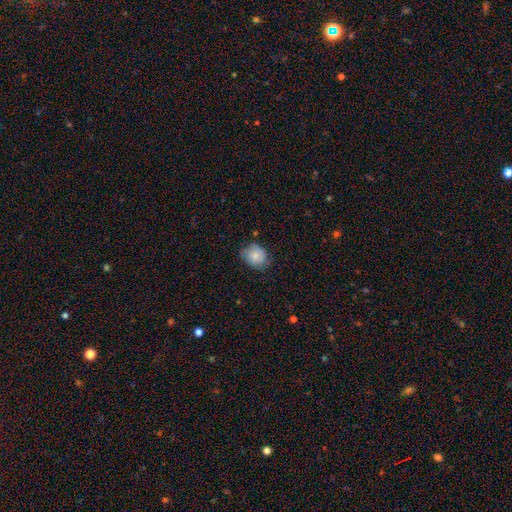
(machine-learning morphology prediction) This appears to be a smooth galaxy with no disk features (77%) that is round (53%). Merging: none (67%).